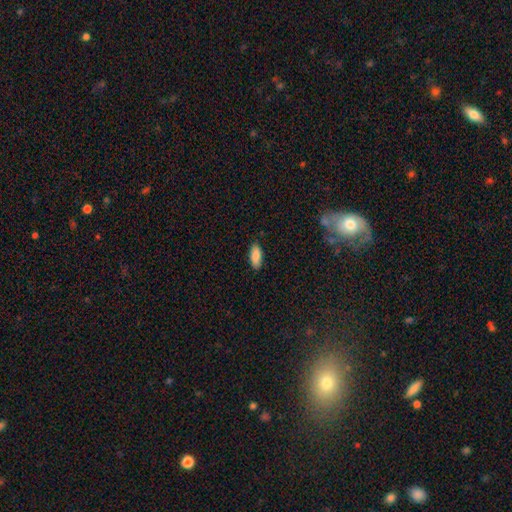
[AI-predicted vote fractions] A smooth galaxy with no disk features (87%) that is in between round and cigar-shaped (81%).

Vote fractions:
- Smooth or featured? smooth: 87% / featured or disk: 6% / star or artifact: 6%
- How rounded? in between: 81% / cigar-shaped: 17% / round: 2%
- Merging? none: 87% / minor disturbance: 10% / major disturbance: 2% / merger: 1%